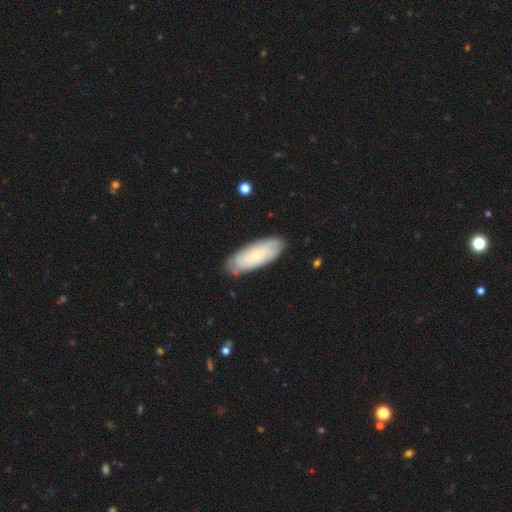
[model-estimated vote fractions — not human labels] Smooth or featured? featured or disk (48%)
Merging? none (81%)